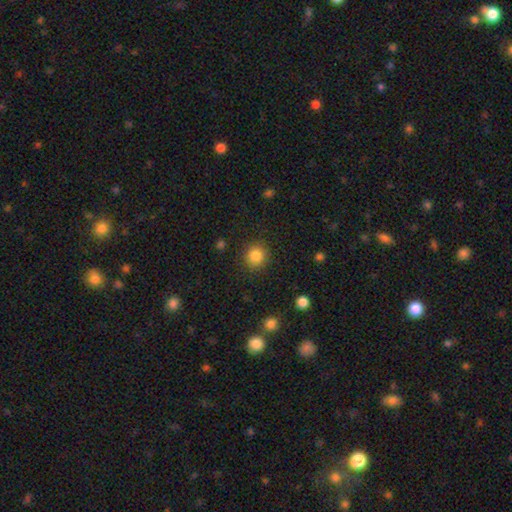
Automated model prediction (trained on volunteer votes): Smooth or featured?
  - smooth: 84% *
  - star or artifact: 11%
  - featured or disk: 5%
How rounded?
  - round: 91% *
  - in between: 8%
  - cigar-shaped: 1%
Merging?
  - none: 89% *
  - minor disturbance: 7%
  - major disturbance: 3%
  - merger: 1%